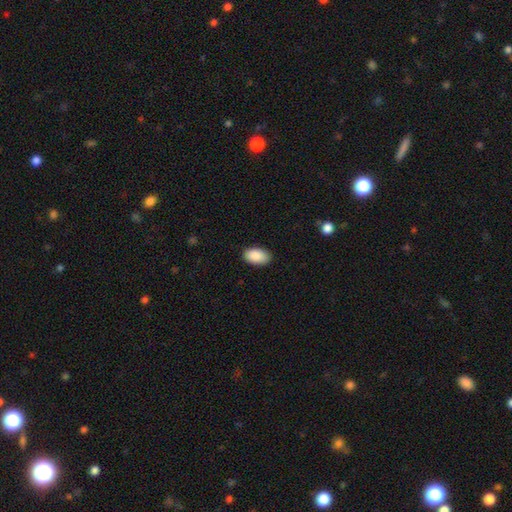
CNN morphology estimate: This is clearly a smooth galaxy (90%). How rounded: clearly in between (95%). Merging: clearly none (88%).